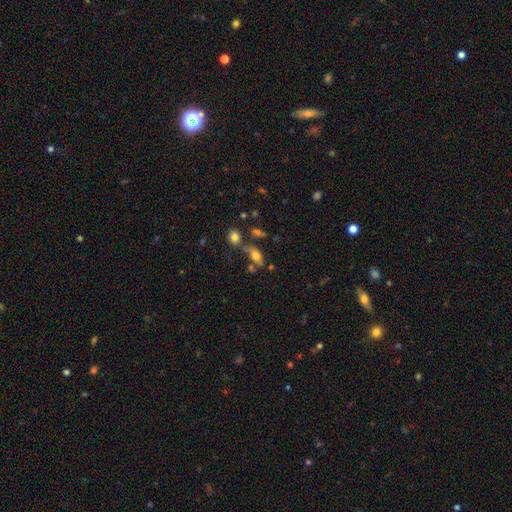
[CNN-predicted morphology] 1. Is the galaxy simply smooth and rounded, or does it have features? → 69% smooth, 19% featured or disk, 11% star or artifact.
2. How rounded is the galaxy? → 81% in between, 11% cigar-shaped, 8% round.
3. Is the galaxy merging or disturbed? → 53% none, 21% merger, 17% minor disturbance, 8% major disturbance.